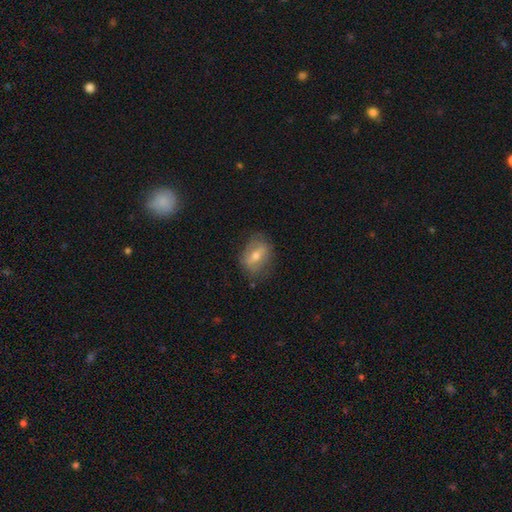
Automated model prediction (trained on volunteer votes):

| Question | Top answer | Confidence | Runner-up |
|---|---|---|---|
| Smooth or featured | featured or disk | 47% | smooth (45%) |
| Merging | none | 72% | minor disturbance (20%) |